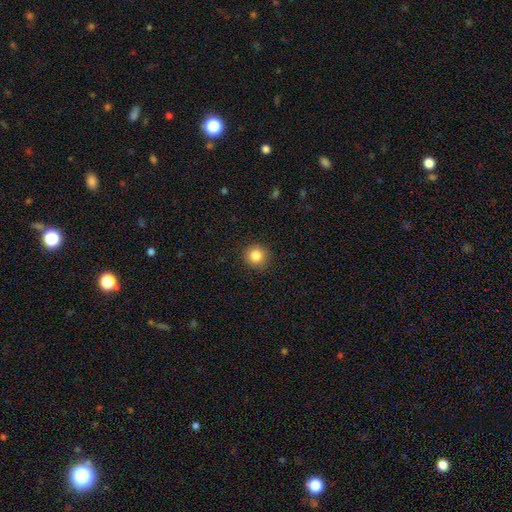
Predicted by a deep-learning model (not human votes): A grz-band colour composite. It shows a smooth galaxy with no disk features (84%) that is round (94%). Merging: none (91%).